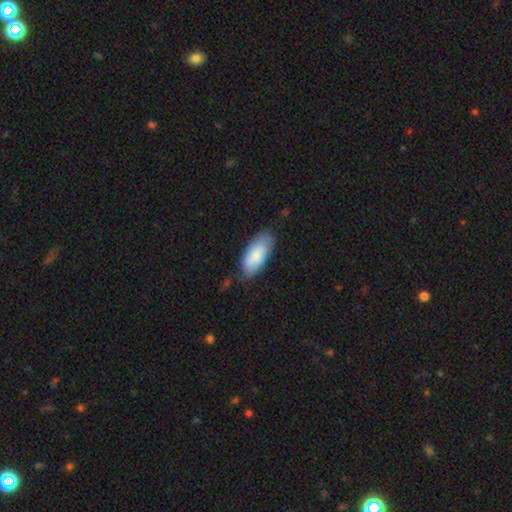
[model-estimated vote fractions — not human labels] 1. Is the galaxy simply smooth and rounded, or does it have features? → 83% smooth, 11% featured or disk, 6% star or artifact.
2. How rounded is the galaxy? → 90% in between, 8% cigar-shaped, 2% round.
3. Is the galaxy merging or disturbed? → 72% none, 22% minor disturbance, 5% major disturbance, 2% merger.